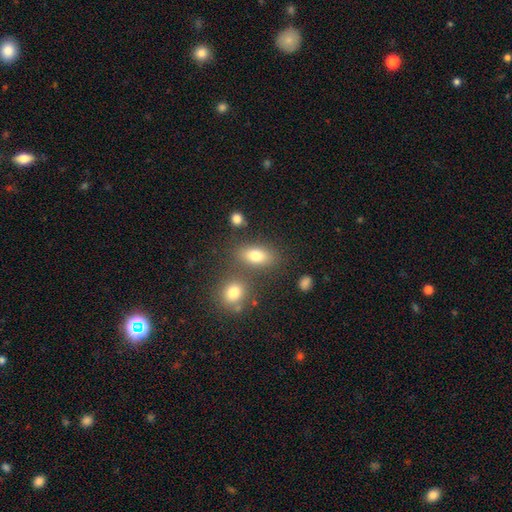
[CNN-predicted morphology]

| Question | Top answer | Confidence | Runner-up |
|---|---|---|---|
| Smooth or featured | smooth | 77% | featured or disk (12%) |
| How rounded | in between | 81% | round (12%) |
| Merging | none | 70% | merger (15%) |